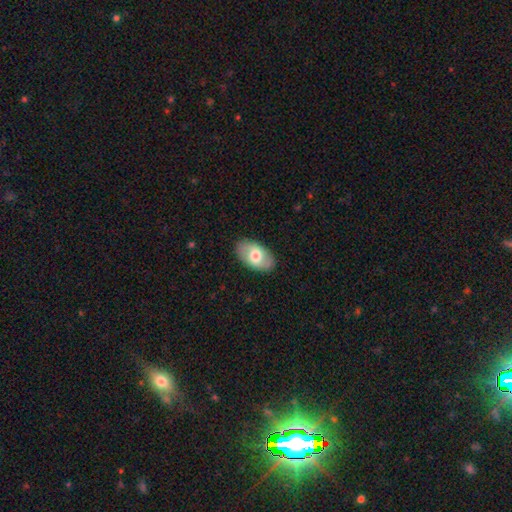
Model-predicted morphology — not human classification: A smooth galaxy with no disk features (64%) that is in between round and cigar-shaped (94%).

Vote fractions:
- Smooth or featured? smooth: 64% / featured or disk: 31% / star or artifact: 5%
- How rounded? in between: 94% / round: 5% / cigar-shaped: 2%
- Merging? none: 87% / minor disturbance: 9% / major disturbance: 2% / merger: 1%